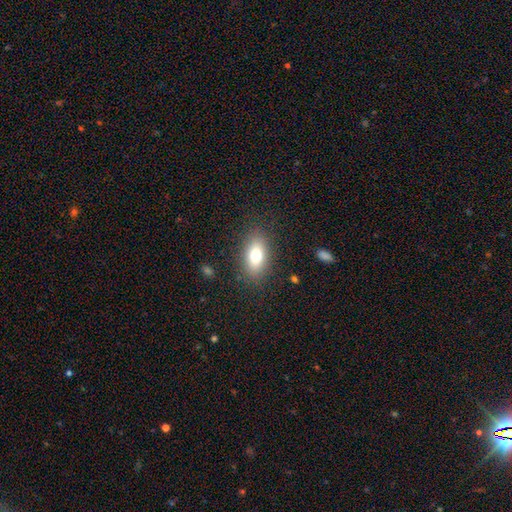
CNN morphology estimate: Smooth or featured? smooth (75%)
How rounded? in between (86%)
Merging? none (85%)